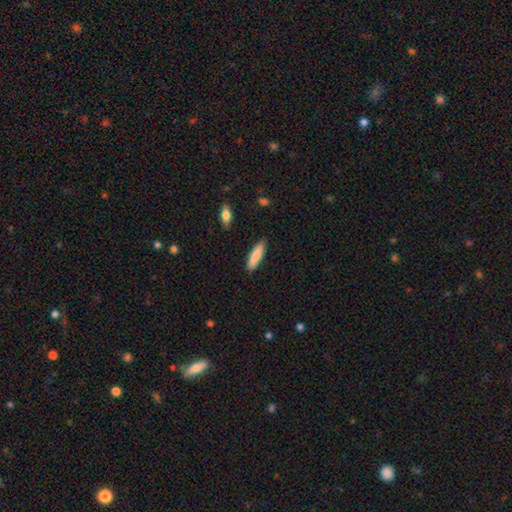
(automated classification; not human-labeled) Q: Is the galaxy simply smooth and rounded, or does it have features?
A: smooth — 84%.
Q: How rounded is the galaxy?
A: cigar-shaped — 62%.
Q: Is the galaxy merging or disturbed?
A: none — 88%.